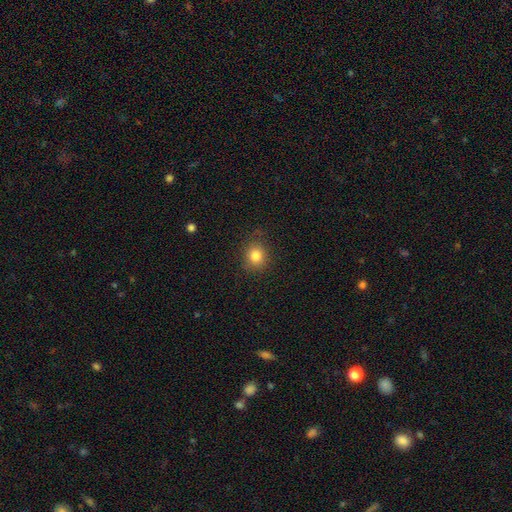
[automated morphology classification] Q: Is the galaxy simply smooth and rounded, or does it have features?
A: smooth — 82%.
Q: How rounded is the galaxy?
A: round — 79%.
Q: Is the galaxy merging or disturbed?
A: none — 84%.